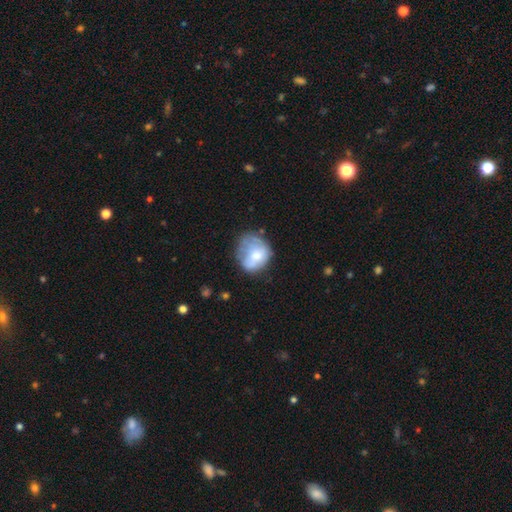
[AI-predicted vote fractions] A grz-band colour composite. It shows a smooth galaxy with no disk features (59%) that is round (64%). Merging: none (44%).